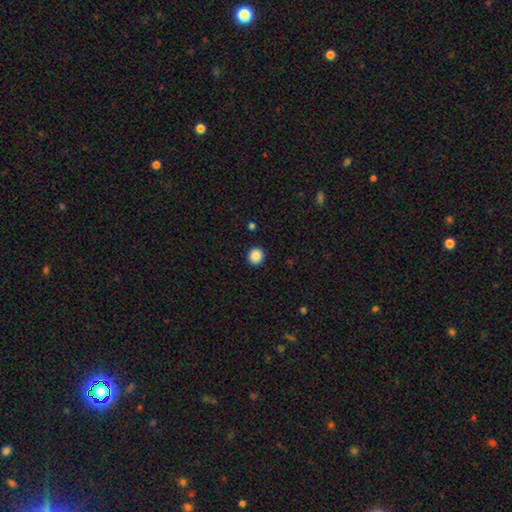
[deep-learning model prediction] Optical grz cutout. It shows a smooth galaxy with no disk features (88%) that is round (91%). Merging: none (92%).